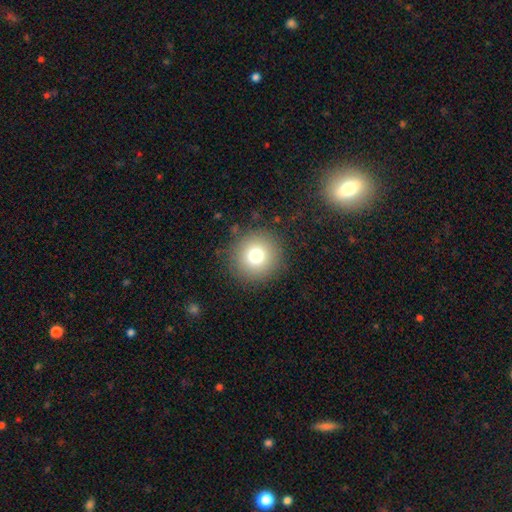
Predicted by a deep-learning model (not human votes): Smooth or featured?
  - smooth: 76% *
  - star or artifact: 13%
  - featured or disk: 11%
How rounded?
  - round: 95% *
  - in between: 4%
  - cigar-shaped: 1%
Merging?
  - none: 89% *
  - minor disturbance: 7%
  - major disturbance: 3%
  - merger: 1%